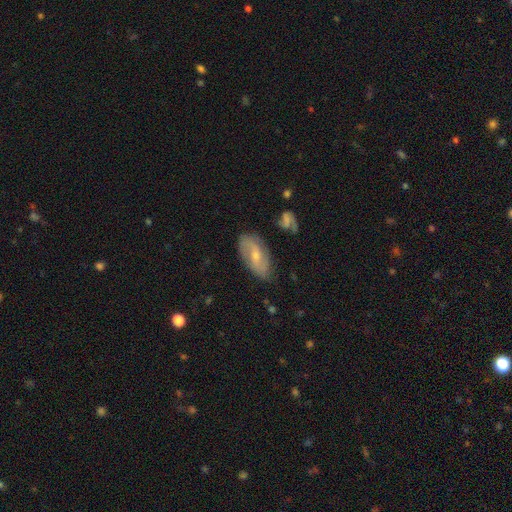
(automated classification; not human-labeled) This is likely a featured or disk galaxy (64%). It is clearly not viewed edge-on (92%). Bar: possibly weak (46%). Spiral arm pattern: clearly yes (85%). Spiral arm count: likely 2 (79%). Spiral winding: marginally medium (40%). Central bulge: possibly small (50%). Merging: likely none (76%).